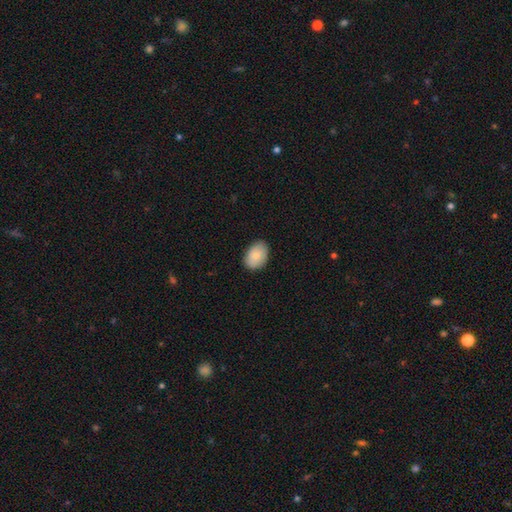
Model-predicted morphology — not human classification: Smooth or featured?
  - smooth: 85% *
  - featured or disk: 9%
  - star or artifact: 6%
How rounded?
  - in between: 82% *
  - round: 17%
  - cigar-shaped: 1%
Merging?
  - none: 84% *
  - minor disturbance: 13%
  - major disturbance: 2%
  - merger: 1%